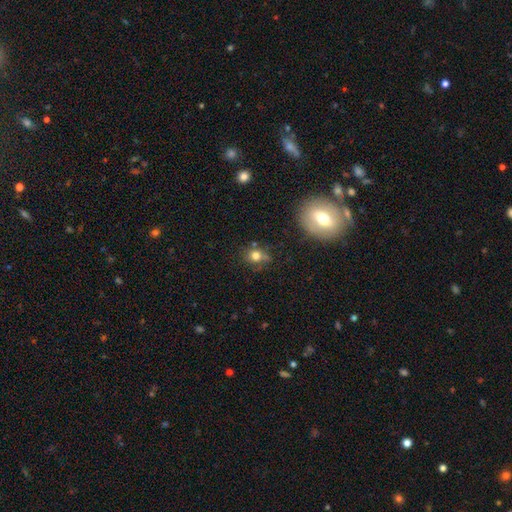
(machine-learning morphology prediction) smooth_or_featured: smooth (p=0.73) [alt: star or artifact p=0.15]
how_rounded: round (p=0.69) [alt: in between p=0.29]
merging: none (p=0.62) [alt: minor disturbance p=0.21]